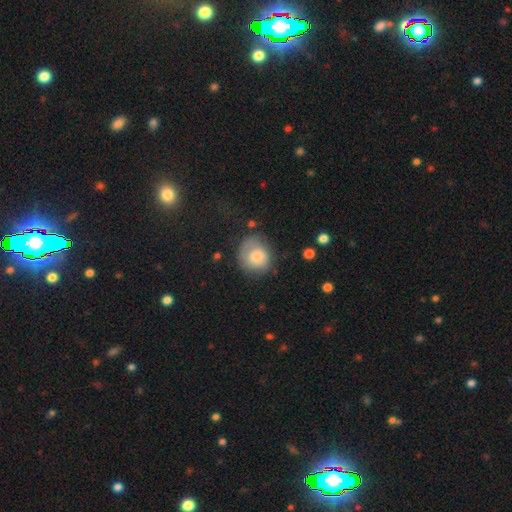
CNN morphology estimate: Smooth or featured?
  - smooth: 73% *
  - featured or disk: 18%
  - star or artifact: 9%
How rounded?
  - round: 75% *
  - in between: 24%
  - cigar-shaped: 1%
Merging?
  - none: 64% *
  - minor disturbance: 24%
  - major disturbance: 10%
  - merger: 2%